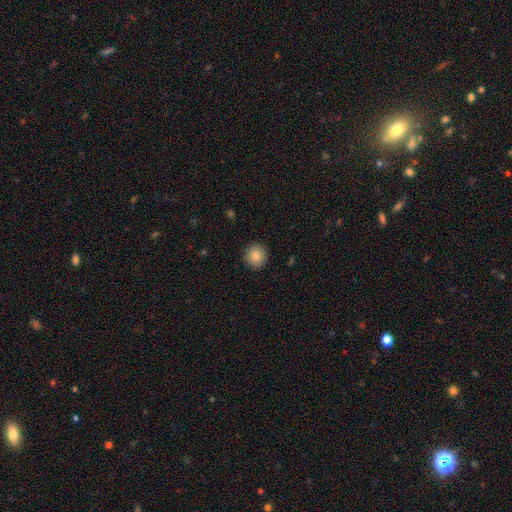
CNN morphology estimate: smooth-or-featured: smooth: 85% | star or artifact: 9% | featured or disk: 6%
  how-rounded: round: 92% | in between: 7% | cigar-shaped: 1%
  merging: none: 92% | minor disturbance: 6% | major disturbance: 2% | merger: 1%